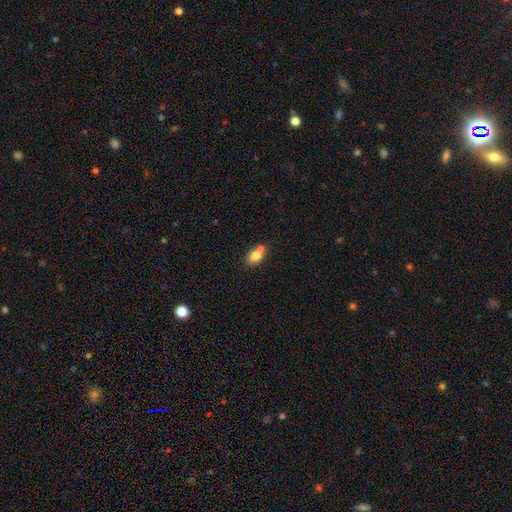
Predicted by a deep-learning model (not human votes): This appears to be a smooth galaxy with no disk features (79%) that is in between round and cigar-shaped (68%). Merging: none (51%).